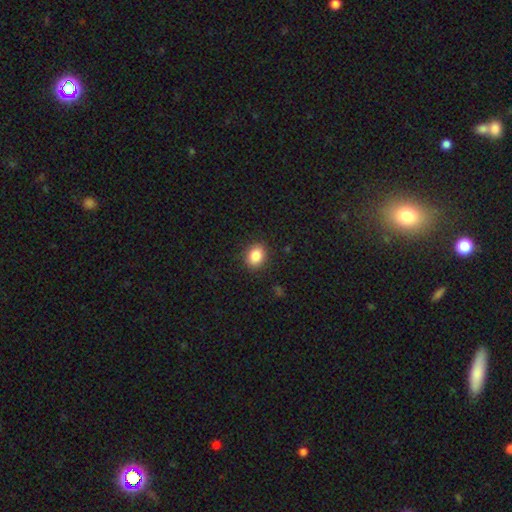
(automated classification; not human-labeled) Overall: smooth (86%). How rounded: in between (52%; round 47%). Merging: none (89%).